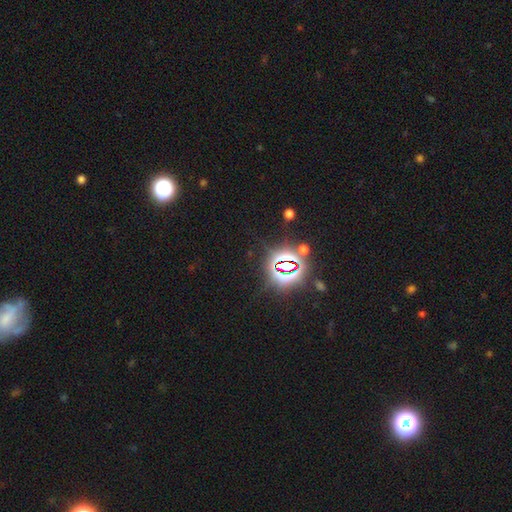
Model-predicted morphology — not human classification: This appears to be a star or artifact, not a galaxy (81%).